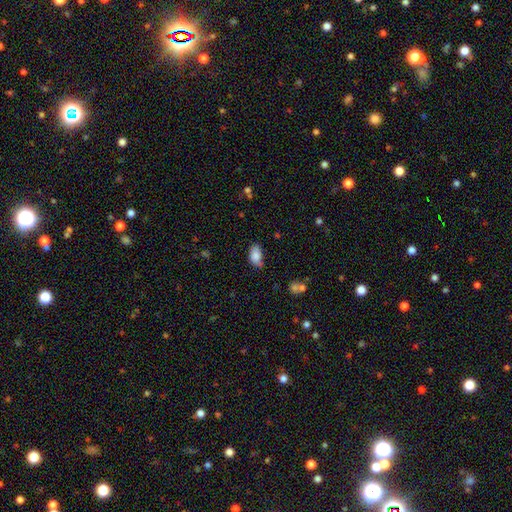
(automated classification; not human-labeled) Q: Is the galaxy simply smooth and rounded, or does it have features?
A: smooth — 85%.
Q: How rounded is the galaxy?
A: in between — 93%.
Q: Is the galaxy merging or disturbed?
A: none — 60%.